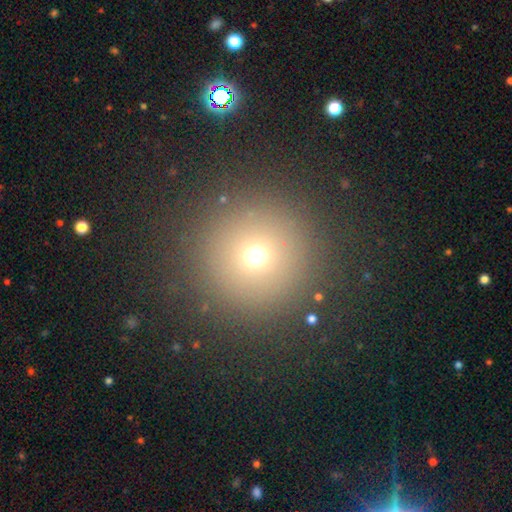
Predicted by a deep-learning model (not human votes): Smooth or featured? smooth (67%)
How rounded? round (96%)
Merging? none (90%)